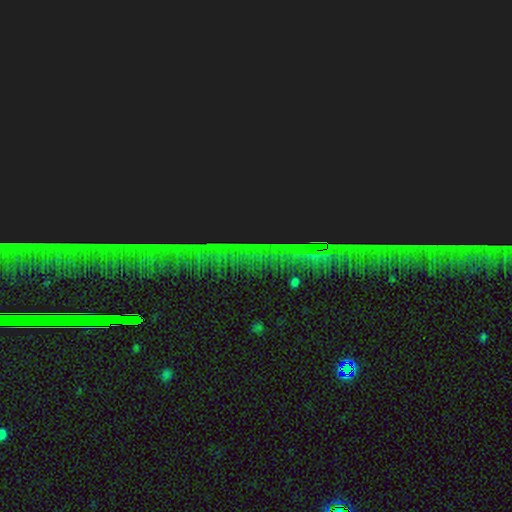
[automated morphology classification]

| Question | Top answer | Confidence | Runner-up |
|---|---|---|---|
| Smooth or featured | star or artifact | 85% | featured or disk (8%) |